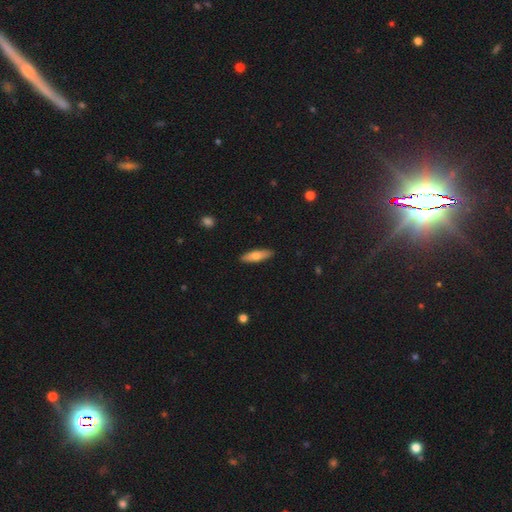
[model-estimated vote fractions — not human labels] Overall: smooth (68%). How rounded: cigar-shaped (61%; in between 37%). Merging: none (90%).